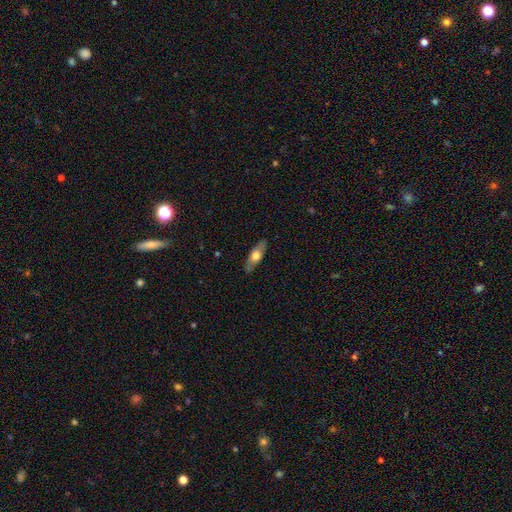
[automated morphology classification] The model was most divided on "smooth or featured": smooth: 55%, featured or disk: 39%, star or artifact: 6%. More confident: merging — none (86%); how rounded — in between (58%).